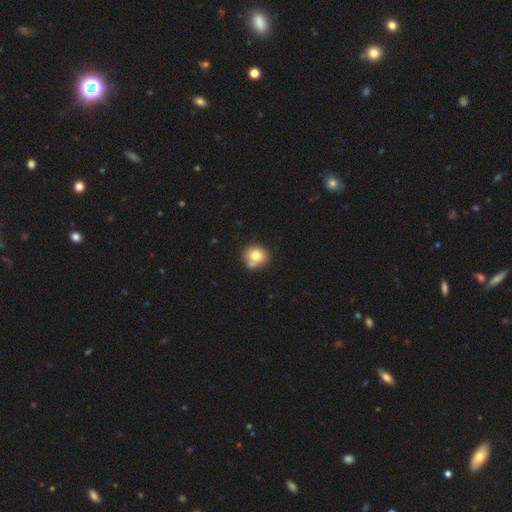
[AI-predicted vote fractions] Smooth or featured? smooth (75%)
How rounded? round (81%)
Merging? none (59%)